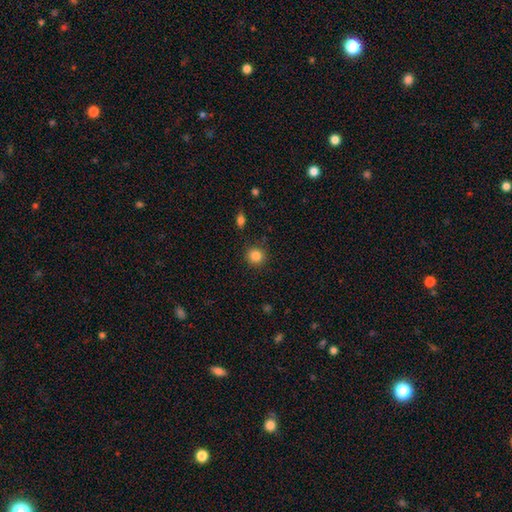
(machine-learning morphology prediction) Smooth or featured?
  - smooth: 85% *
  - star or artifact: 10%
  - featured or disk: 4%
How rounded?
  - round: 91% *
  - in between: 8%
  - cigar-shaped: 1%
Merging?
  - none: 89% *
  - minor disturbance: 7%
  - major disturbance: 2%
  - merger: 2%